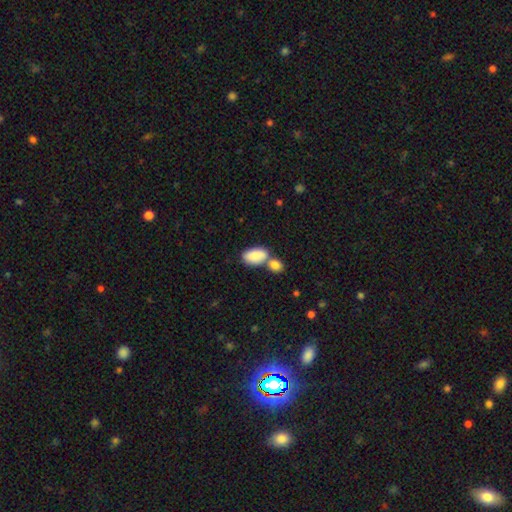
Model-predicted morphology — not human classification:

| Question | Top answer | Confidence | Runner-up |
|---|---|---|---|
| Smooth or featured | smooth | 85% | featured or disk (9%) |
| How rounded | in between | 93% | round (4%) |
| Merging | merger | 54% | none (32%) |